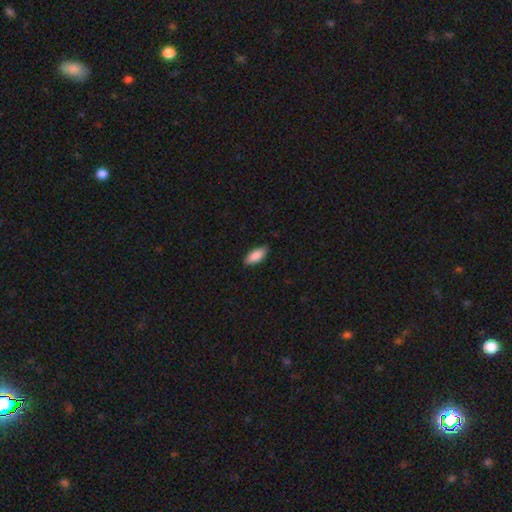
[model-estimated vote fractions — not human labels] smooth 89%, featured or disk 6%, star or artifact 6%. Down the decision tree: how rounded — in between (83%); merging — none (85%).